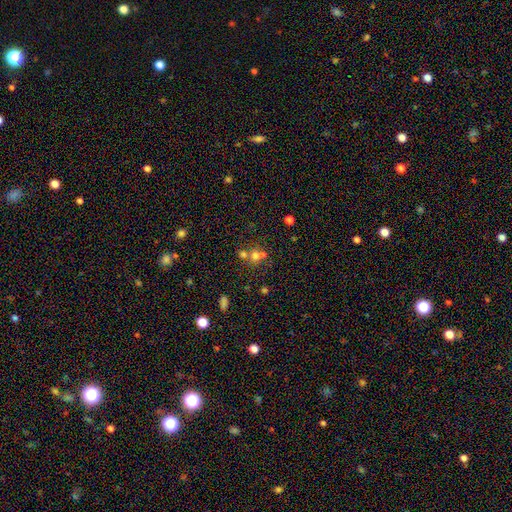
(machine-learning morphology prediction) Smooth or featured?
  - smooth: 64% *
  - star or artifact: 20%
  - featured or disk: 16%
How rounded?
  - round: 83% *
  - in between: 16%
  - cigar-shaped: 1%
Merging?
  - none: 45% *
  - merger: 44%
  - minor disturbance: 7%
  - major disturbance: 4%